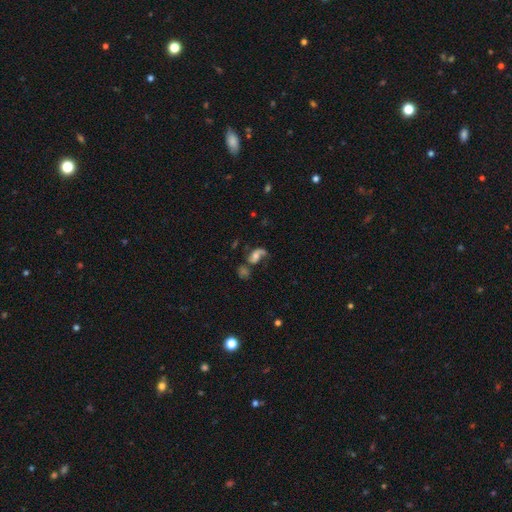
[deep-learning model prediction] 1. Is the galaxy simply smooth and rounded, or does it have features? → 62% featured or disk, 26% smooth, 11% star or artifact.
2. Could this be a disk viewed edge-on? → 96% no, 4% yes.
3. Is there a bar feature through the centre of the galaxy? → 65% no, 27% weak, 8% strong.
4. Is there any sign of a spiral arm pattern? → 82% yes, 18% no.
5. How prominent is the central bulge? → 46% moderate, 28% small, 13% large, 10% none, 3% dominant.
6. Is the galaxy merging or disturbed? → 32% none, 28% major disturbance, 23% merger, 17% minor disturbance.